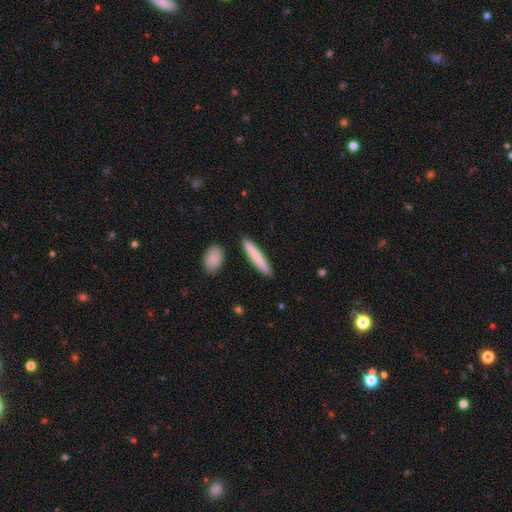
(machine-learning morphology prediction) smooth 78%, featured or disk 16%, star or artifact 6%. Down the decision tree: how rounded — cigar-shaped (93%); merging — none (90%).